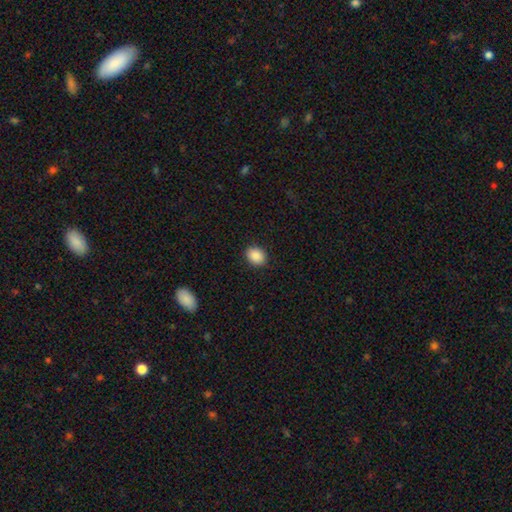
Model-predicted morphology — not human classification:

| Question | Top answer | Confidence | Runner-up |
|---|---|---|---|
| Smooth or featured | smooth | 88% | star or artifact (8%) |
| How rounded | in between | 56% | round (43%) |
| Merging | none | 89% | minor disturbance (8%) |